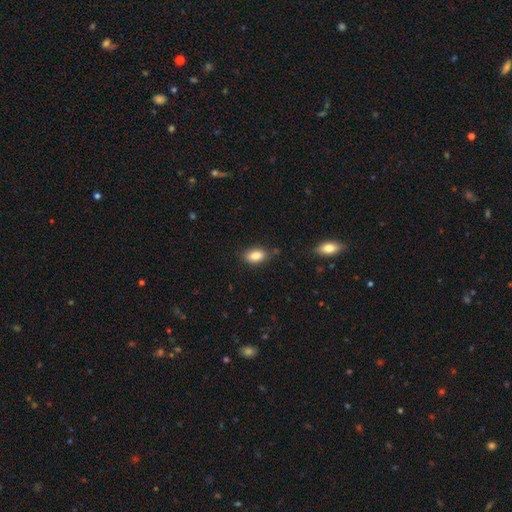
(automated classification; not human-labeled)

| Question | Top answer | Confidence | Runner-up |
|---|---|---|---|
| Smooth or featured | smooth | 85% | star or artifact (8%) |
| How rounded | in between | 89% | round (8%) |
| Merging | none | 81% | minor disturbance (14%) |